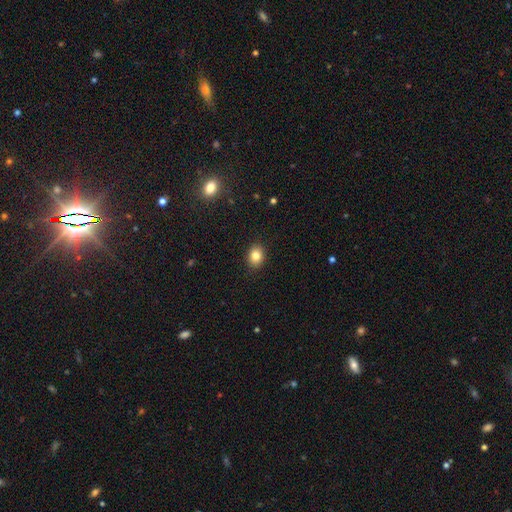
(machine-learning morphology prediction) A smooth galaxy with no disk features (83%) that is in between round and cigar-shaped (53%).

Vote fractions:
- Smooth or featured? smooth: 83% / star or artifact: 10% / featured or disk: 7%
- How rounded? in between: 53% / round: 46% / cigar-shaped: 1%
- Merging? none: 90% / minor disturbance: 7% / major disturbance: 2% / merger: 1%